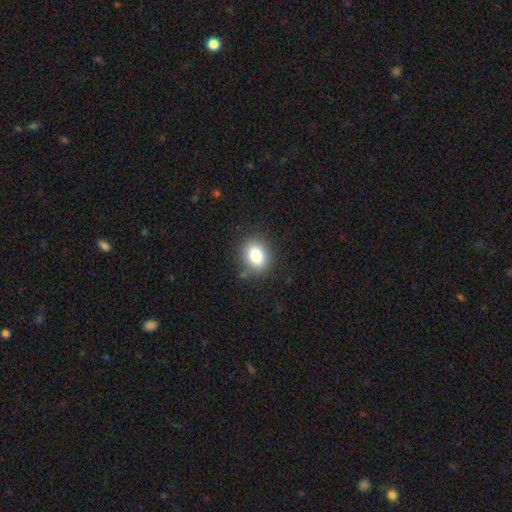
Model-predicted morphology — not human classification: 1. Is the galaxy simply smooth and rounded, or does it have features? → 82% smooth, 10% star or artifact, 7% featured or disk.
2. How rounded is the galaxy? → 58% in between, 41% round, 1% cigar-shaped.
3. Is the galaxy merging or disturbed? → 83% none, 12% minor disturbance, 4% major disturbance, 2% merger.